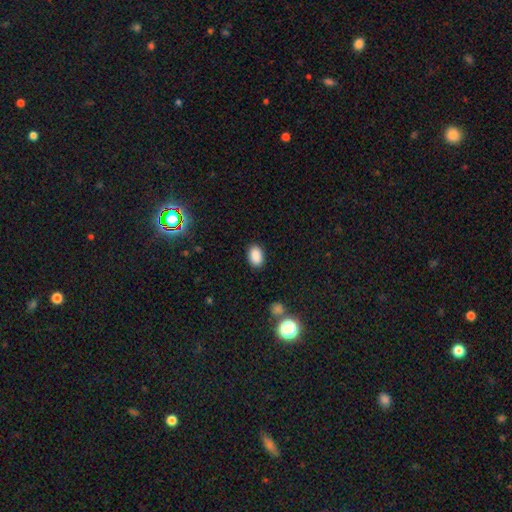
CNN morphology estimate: Smooth or featured?
  - smooth: 88% *
  - star or artifact: 9%
  - featured or disk: 3%
How rounded?
  - in between: 86% *
  - round: 13%
  - cigar-shaped: 1%
Merging?
  - none: 88% *
  - minor disturbance: 9%
  - major disturbance: 2%
  - merger: 1%